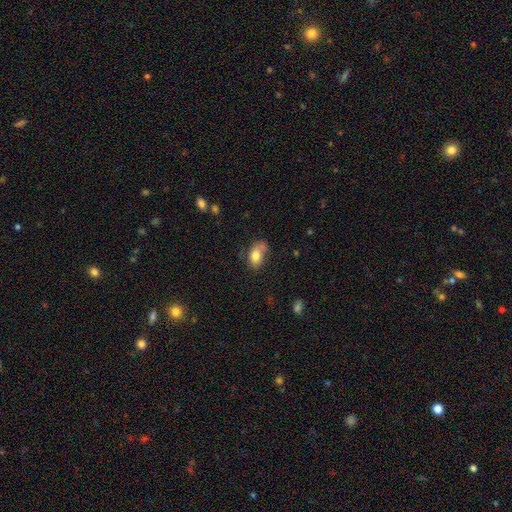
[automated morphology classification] type=smooth (77%); roundness=in between (88%); merging=none (45%).